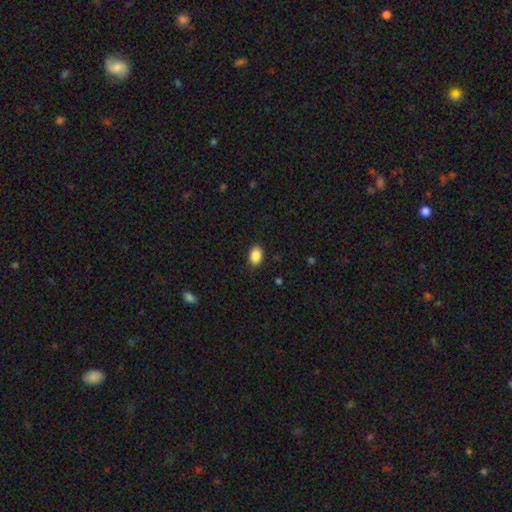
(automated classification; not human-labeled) Smooth or featured? Predicted: smooth (p=0.88). How rounded? Predicted: in between (p=0.84). Merging? Predicted: none (p=0.89).